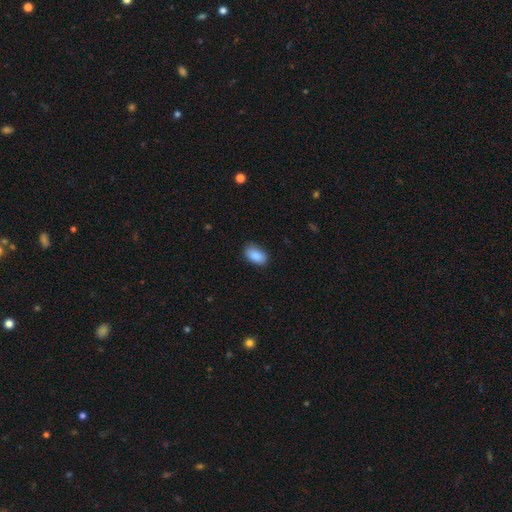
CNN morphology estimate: Smooth or featured?
  - smooth: 89% *
  - star or artifact: 7%
  - featured or disk: 4%
How rounded?
  - in between: 92% *
  - round: 7%
  - cigar-shaped: 1%
Merging?
  - none: 79% *
  - minor disturbance: 17%
  - major disturbance: 3%
  - merger: 1%